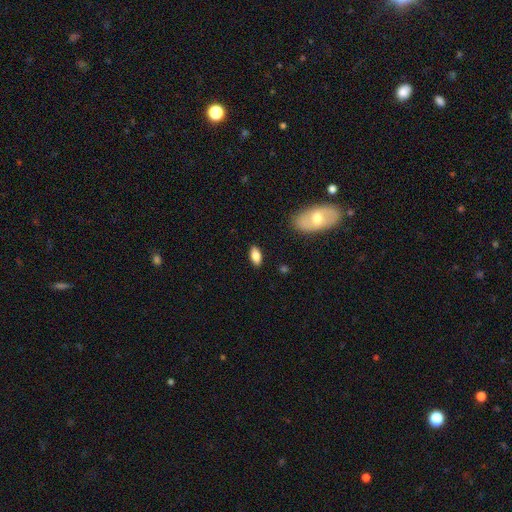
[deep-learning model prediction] Smooth or featured?
  - smooth: 80% *
  - featured or disk: 12%
  - star or artifact: 7%
How rounded?
  - in between: 87% *
  - cigar-shaped: 9%
  - round: 3%
Merging?
  - none: 86% *
  - minor disturbance: 10%
  - major disturbance: 2%
  - merger: 1%